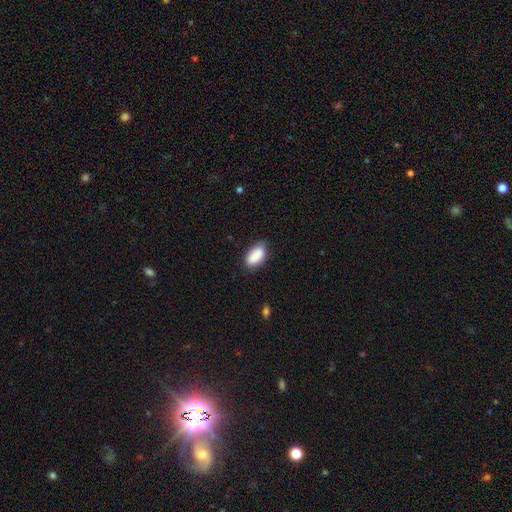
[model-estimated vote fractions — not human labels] The model was most divided on "merging": none: 78%, minor disturbance: 17%, major disturbance: 3%, merger: 2%. More confident: how rounded — in between (92%); smooth or featured — smooth (88%).